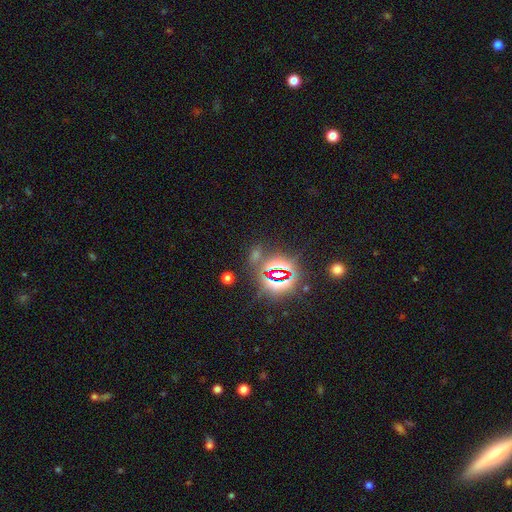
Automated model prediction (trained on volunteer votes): A star or artifact, not a galaxy (77%).